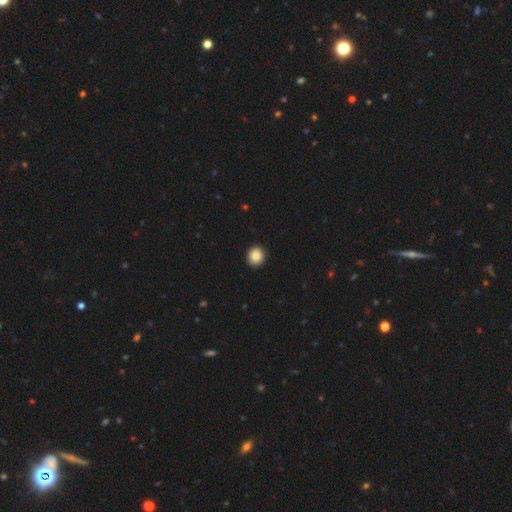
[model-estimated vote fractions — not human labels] This appears to be a smooth galaxy with no disk features (89%) that is round (84%). Merging: none (91%).